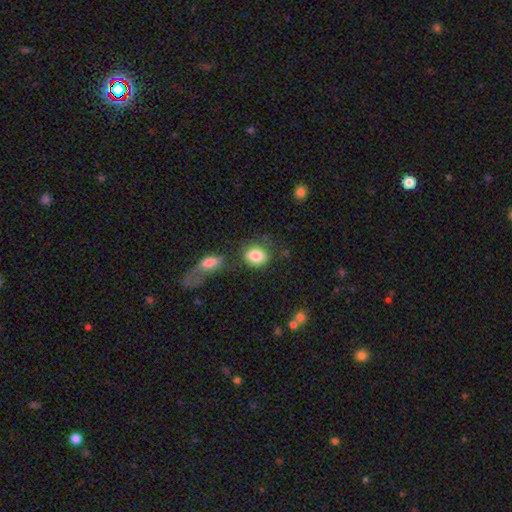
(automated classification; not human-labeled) Smooth or featured? Predicted: smooth (p=0.85). How rounded? Predicted: round (p=0.50). Merging? Predicted: none (p=0.64).